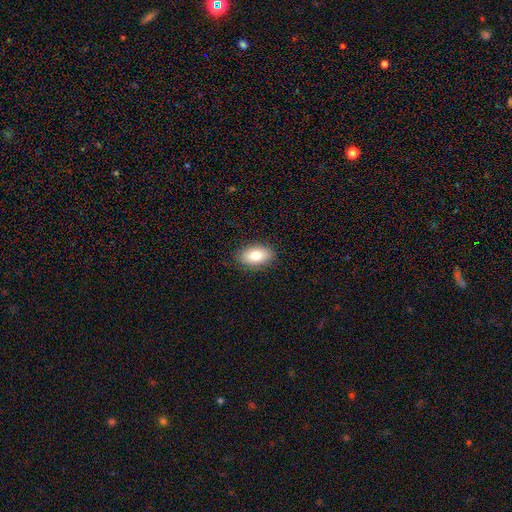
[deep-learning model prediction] smooth-or-featured: smooth: 79% | featured or disk: 14% | star or artifact: 8%
  how-rounded: in between: 91% | round: 7% | cigar-shaped: 2%
  merging: none: 88% | minor disturbance: 9% | major disturbance: 2% | merger: 1%